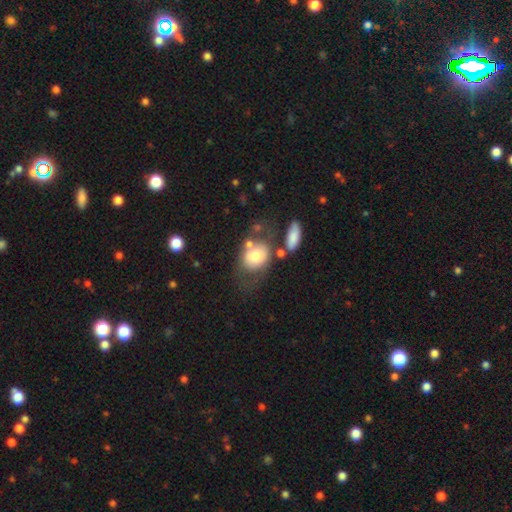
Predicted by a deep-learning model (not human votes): Smooth or featured? smooth (67%)
How rounded? in between (63%)
Merging? none (39%)